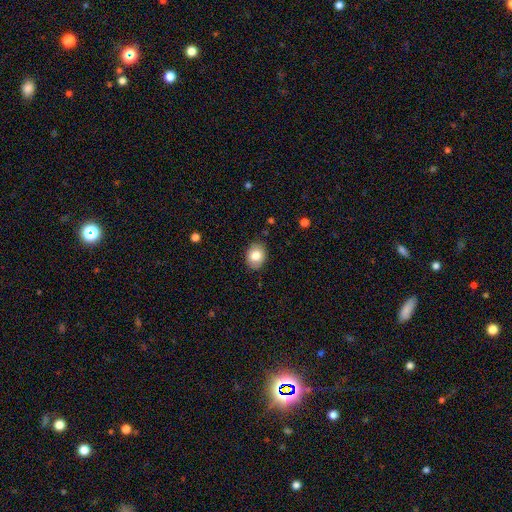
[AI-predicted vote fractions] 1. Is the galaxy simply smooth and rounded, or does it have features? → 82% smooth, 10% featured or disk, 8% star or artifact.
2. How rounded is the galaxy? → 64% in between, 35% round, 1% cigar-shaped.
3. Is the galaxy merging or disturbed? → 86% none, 11% minor disturbance, 2% major disturbance, 1% merger.